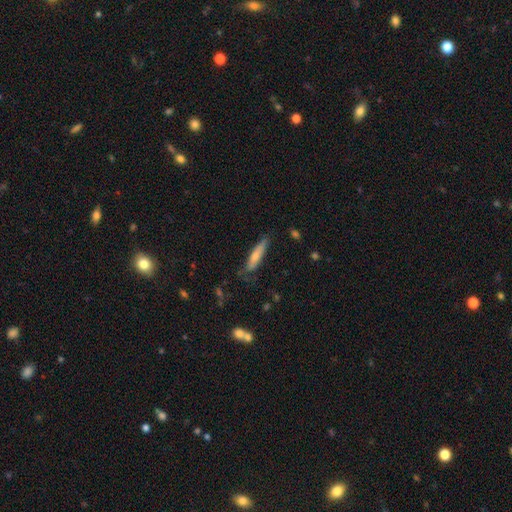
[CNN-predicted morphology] This appears to be a smooth galaxy with no disk features (68%) that is cigar-shaped (84%). Merging: none (72%).